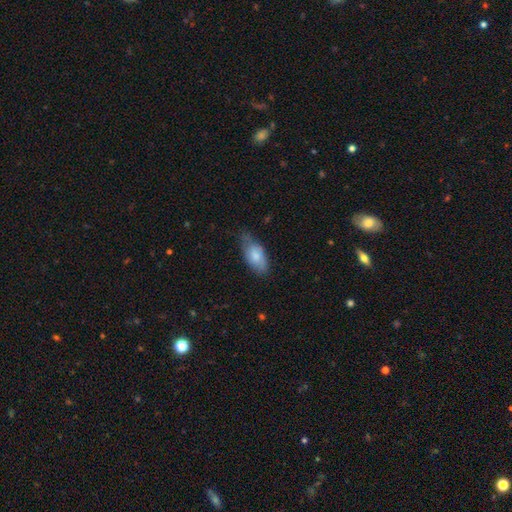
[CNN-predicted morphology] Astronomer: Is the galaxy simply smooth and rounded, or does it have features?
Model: smooth — 76%.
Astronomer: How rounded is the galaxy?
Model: in between — 90%.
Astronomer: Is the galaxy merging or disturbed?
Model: none — 54% (runner-up: minor disturbance, 36%).